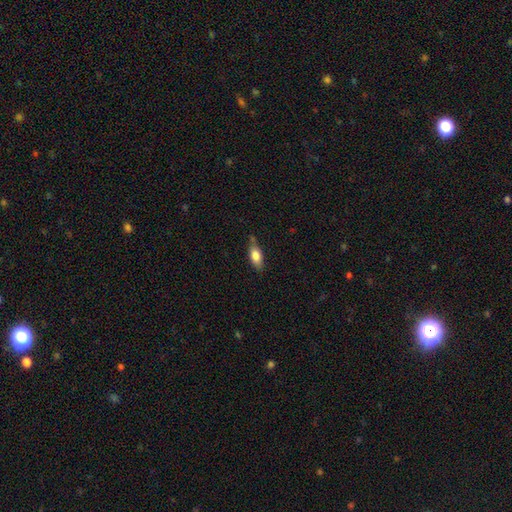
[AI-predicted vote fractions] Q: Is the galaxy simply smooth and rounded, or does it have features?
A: smooth — 76%.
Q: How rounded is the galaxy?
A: in between — 82%.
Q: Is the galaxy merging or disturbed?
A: none — 66%.